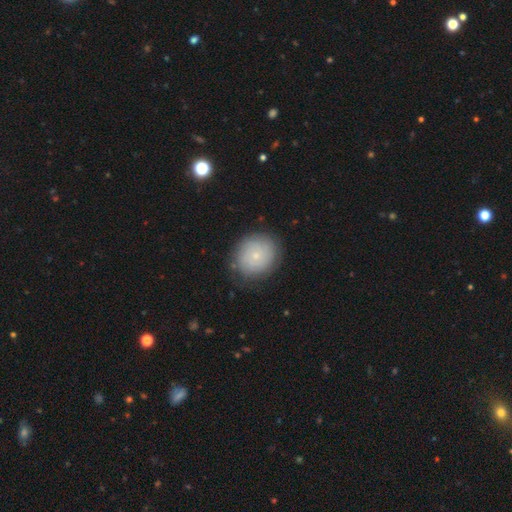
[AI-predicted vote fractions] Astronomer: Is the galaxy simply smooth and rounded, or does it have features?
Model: smooth — 66%.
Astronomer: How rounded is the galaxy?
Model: round — 78%.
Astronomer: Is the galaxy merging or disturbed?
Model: none — 81%.